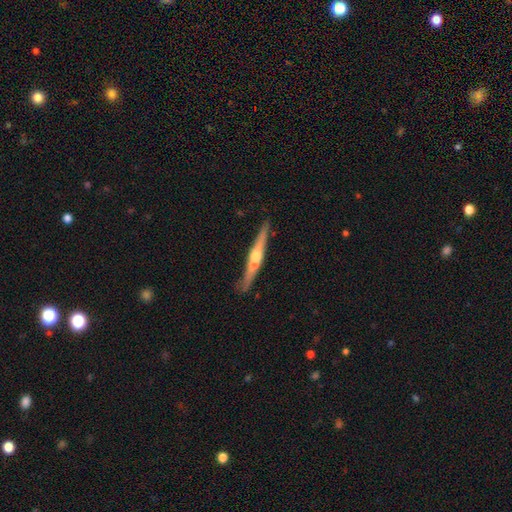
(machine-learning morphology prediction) featured or disk 62%, smooth 32%, star or artifact 5%. Down the decision tree: edge-on disk — yes (96%); edge-on bulge — rounded (85%); merging — none (78%).